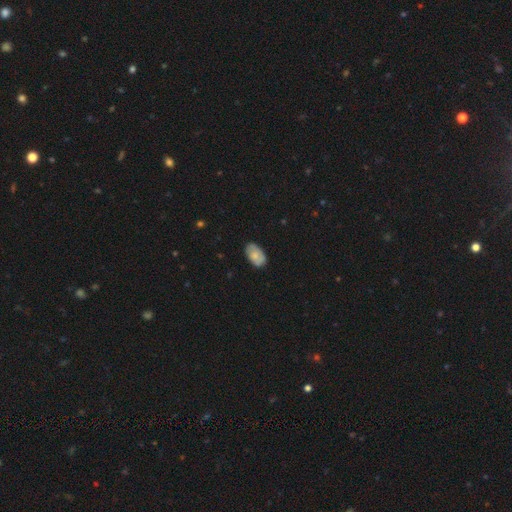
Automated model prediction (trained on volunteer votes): This is likely a smooth galaxy (72%). How rounded: clearly in between (92%). Merging: likely none (75%).